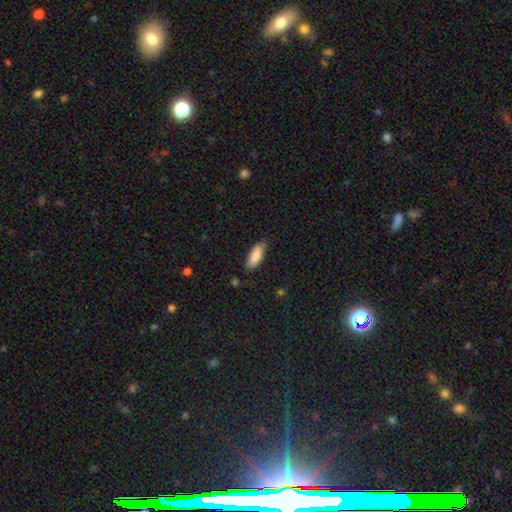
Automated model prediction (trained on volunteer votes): Morphology: type=smooth (86%); roundness=in between (68%); merging=none (82%).